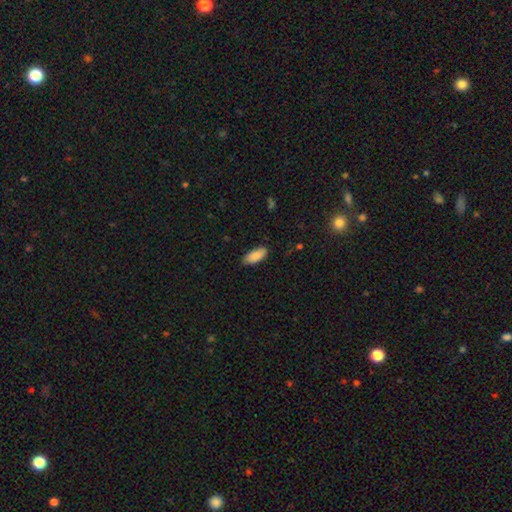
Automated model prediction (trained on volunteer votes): The model was most divided on "how rounded": in between: 83%, cigar-shaped: 15%, round: 2%. More confident: smooth or featured — smooth (88%); merging — none (86%).